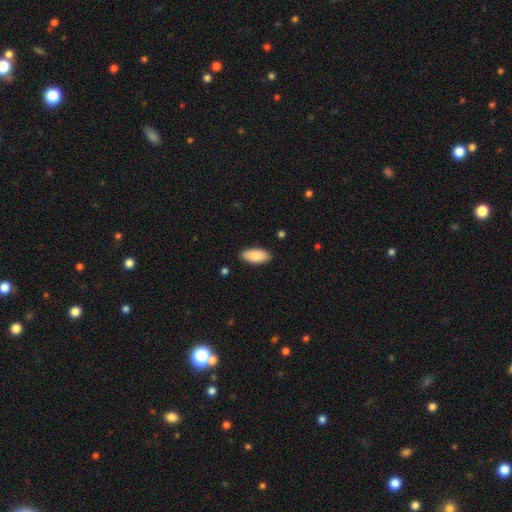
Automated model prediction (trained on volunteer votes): The model was most divided on "merging": none: 88%, minor disturbance: 9%, major disturbance: 2%, merger: 1%. More confident: how rounded — in between (90%); smooth or featured — smooth (87%).